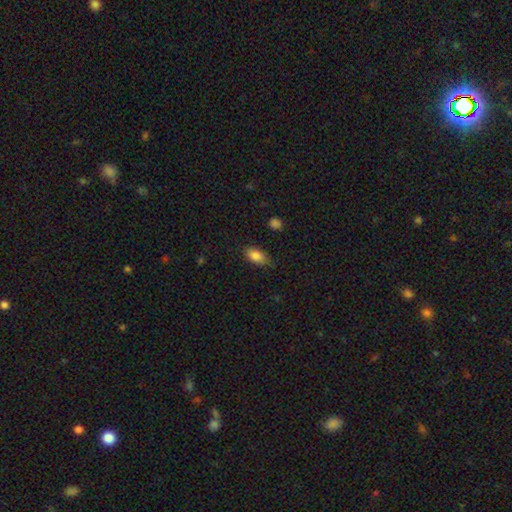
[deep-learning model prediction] Morphology: type=smooth (84%); roundness=in between (89%); merging=none (76%).